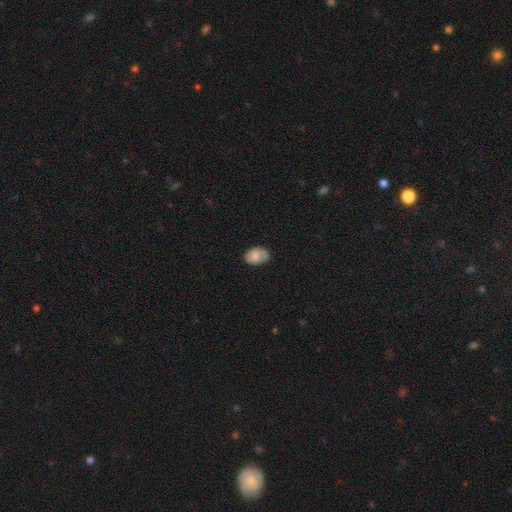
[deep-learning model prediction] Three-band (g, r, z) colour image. It shows a smooth galaxy with no disk features (66%) that is in between round and cigar-shaped (83%). Merging: none (69%).